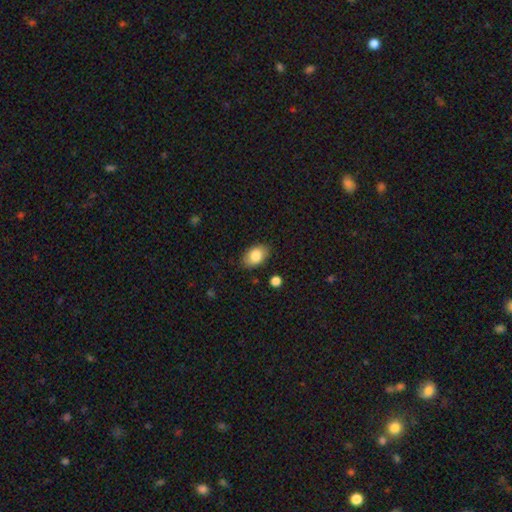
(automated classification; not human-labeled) Morphology: type=smooth (84%); roundness=in between (88%); merging=none (84%).